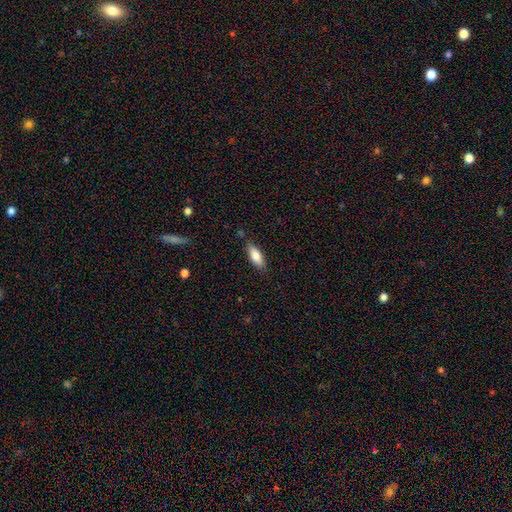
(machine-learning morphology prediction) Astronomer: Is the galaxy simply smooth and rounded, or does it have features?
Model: smooth — 79%.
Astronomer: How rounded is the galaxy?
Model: in between — 72%.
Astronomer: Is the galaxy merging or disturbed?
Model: none — 80%.